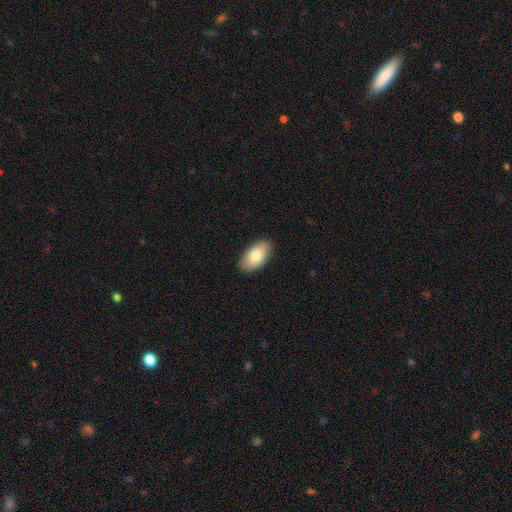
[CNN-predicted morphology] type=smooth (81%); roundness=in between (95%); merging=none (89%).